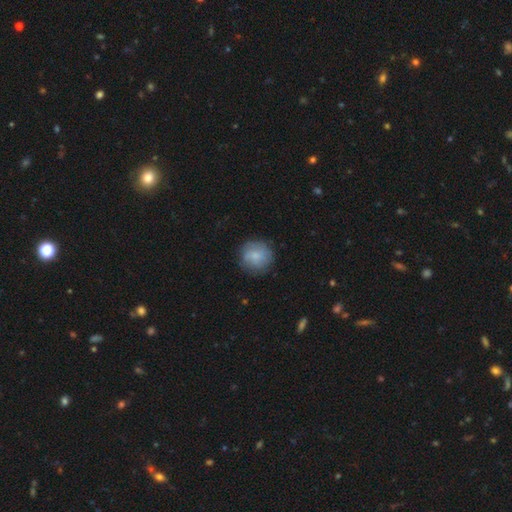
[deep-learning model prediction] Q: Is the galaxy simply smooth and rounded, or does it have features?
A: smooth — 72%.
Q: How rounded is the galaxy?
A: round — 91%.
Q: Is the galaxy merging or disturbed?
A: none — 77%.